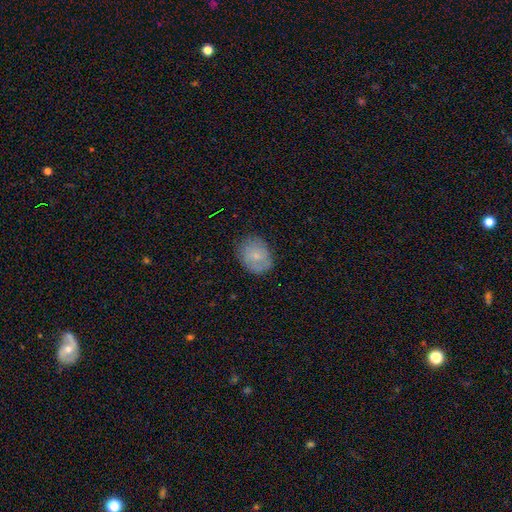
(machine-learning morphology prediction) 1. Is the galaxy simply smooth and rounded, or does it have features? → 67% smooth, 25% featured or disk, 8% star or artifact.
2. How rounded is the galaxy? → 52% round, 47% in between, 1% cigar-shaped.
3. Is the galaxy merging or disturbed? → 76% none, 18% minor disturbance, 5% major disturbance, 1% merger.